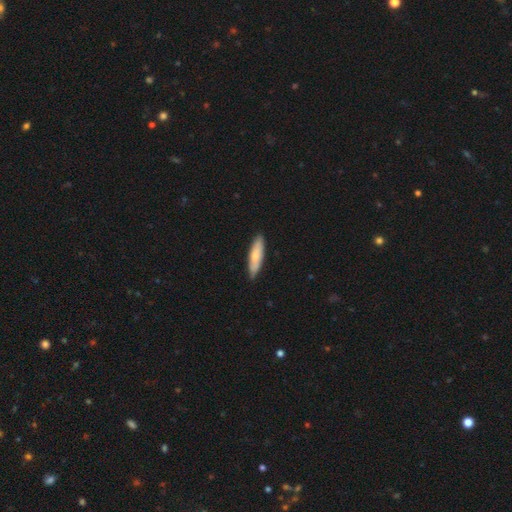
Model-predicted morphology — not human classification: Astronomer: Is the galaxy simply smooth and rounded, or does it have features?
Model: smooth — 66%.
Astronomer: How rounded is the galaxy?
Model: cigar-shaped — 61% (runner-up: in between, 37%).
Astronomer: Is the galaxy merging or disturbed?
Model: none — 83%.